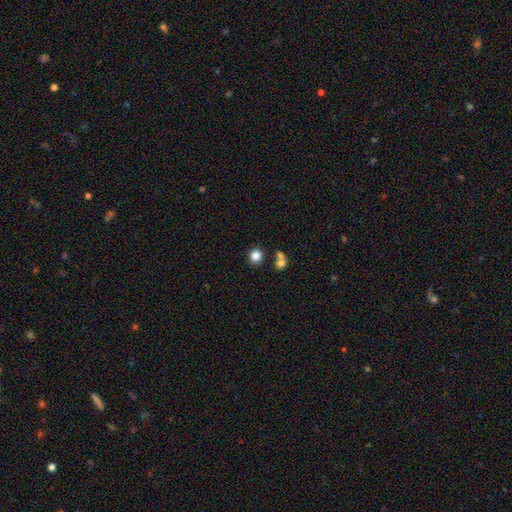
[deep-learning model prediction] A smooth galaxy with no disk features (83%) that is round (89%). Merging: none (75%).